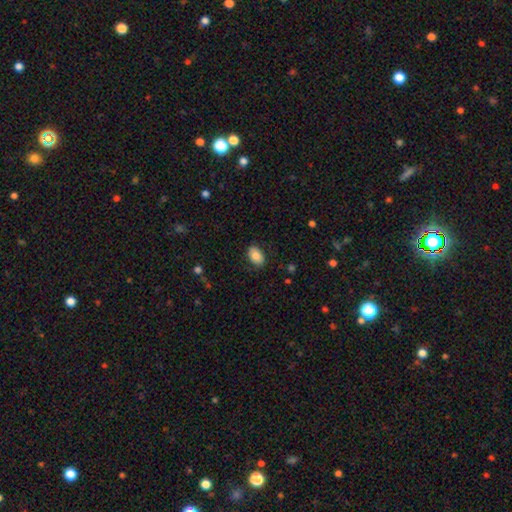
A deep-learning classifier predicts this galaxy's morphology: smooth_or_featured: smooth (p=0.84) [alt: featured or disk p=0.09]
how_rounded: in between (p=0.89) [alt: round p=0.09]
merging: none (p=0.86) [alt: minor disturbance p=0.11]